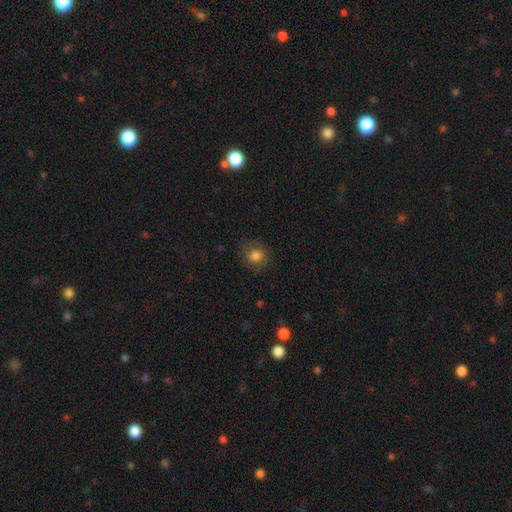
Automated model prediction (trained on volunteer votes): A smooth galaxy with no disk features (80%) that is round (80%). Merging: none (78%).